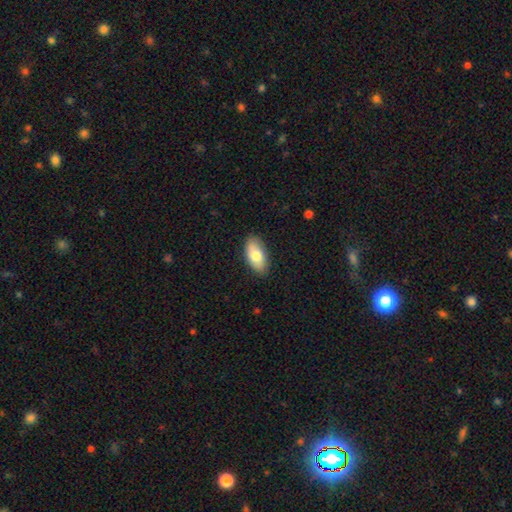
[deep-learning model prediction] Smooth or featured? Predicted: smooth (p=0.77). How rounded? Predicted: in between (p=0.93). Merging? Predicted: none (p=0.86).